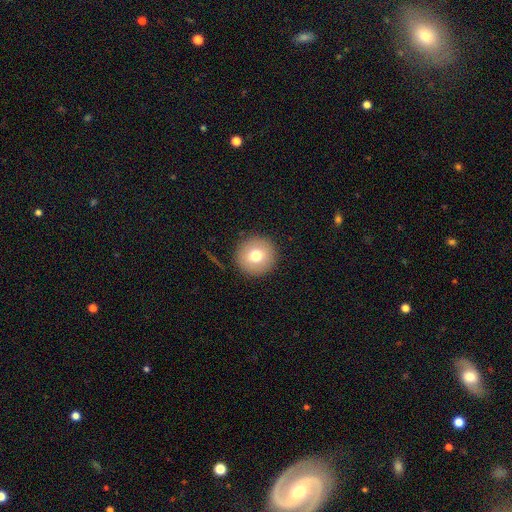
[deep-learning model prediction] smooth-or-featured: smooth: 73% | featured or disk: 17% | star or artifact: 10%
  how-rounded: round: 95% | in between: 4% | cigar-shaped: 1%
  merging: none: 91% | minor disturbance: 6% | major disturbance: 2% | merger: 1%